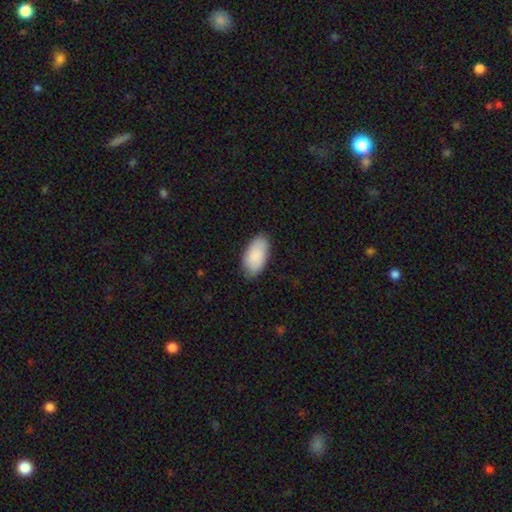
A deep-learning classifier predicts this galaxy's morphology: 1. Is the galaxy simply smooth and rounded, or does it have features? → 88% smooth, 7% featured or disk, 5% star or artifact.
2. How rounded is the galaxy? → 95% in between, 3% cigar-shaped, 2% round.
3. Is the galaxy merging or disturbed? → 81% none, 15% minor disturbance, 3% major disturbance, 1% merger.